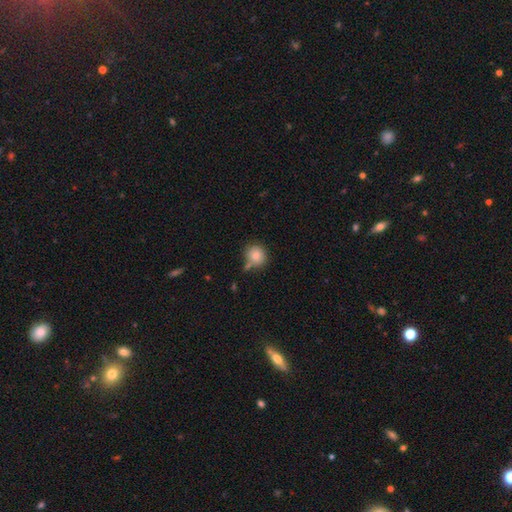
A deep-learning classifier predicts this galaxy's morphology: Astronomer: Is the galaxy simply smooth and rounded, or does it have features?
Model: smooth — 84%.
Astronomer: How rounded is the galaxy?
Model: round — 86%.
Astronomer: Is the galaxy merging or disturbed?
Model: none — 66%.